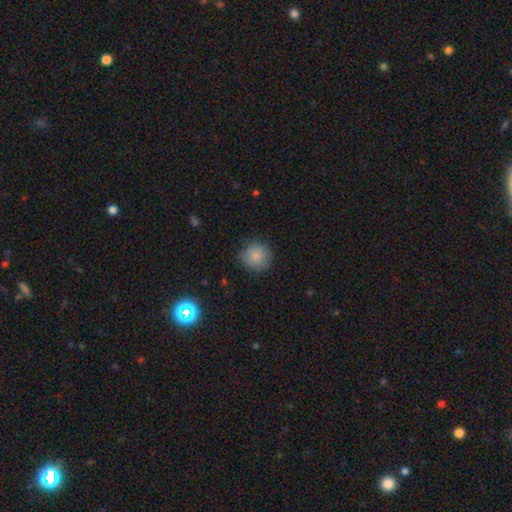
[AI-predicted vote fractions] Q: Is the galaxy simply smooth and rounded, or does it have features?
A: smooth — 84%.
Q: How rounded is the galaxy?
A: round — 91%.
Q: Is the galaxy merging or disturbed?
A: none — 80%.